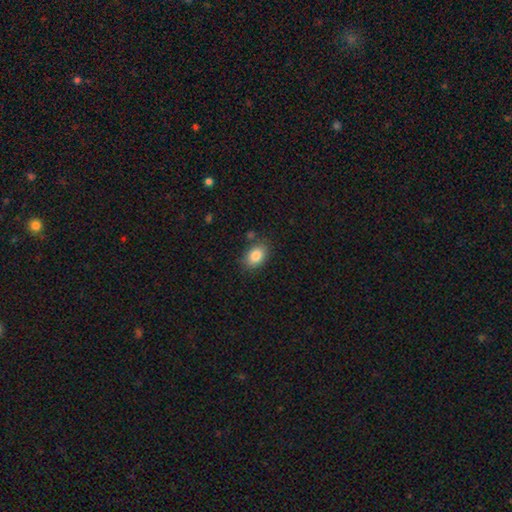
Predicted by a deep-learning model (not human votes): smooth-or-featured: smooth: 84% | star or artifact: 9% | featured or disk: 7%
  how-rounded: in between: 79% | round: 20% | cigar-shaped: 1%
  merging: none: 80% | minor disturbance: 13% | merger: 4% | major disturbance: 3%